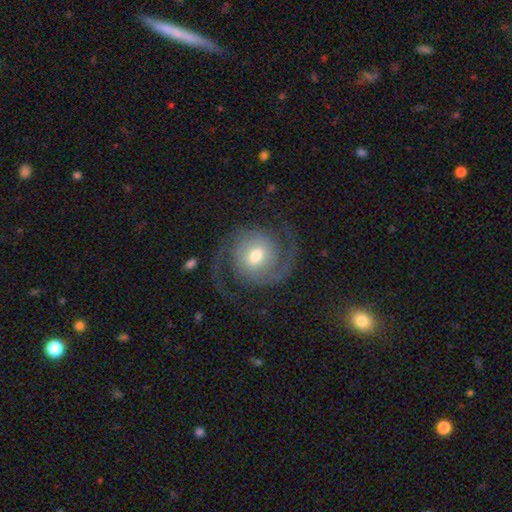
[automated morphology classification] Smooth or featured? featured or disk (88%)
Edge-on disk? no (98%)
Bar? no (52%)
Spiral arms? yes (98%)
Spiral winding? medium (47%)
Spiral arm count? 2 (91%)
Bulge size? moderate (58%)
Merging? none (78%)